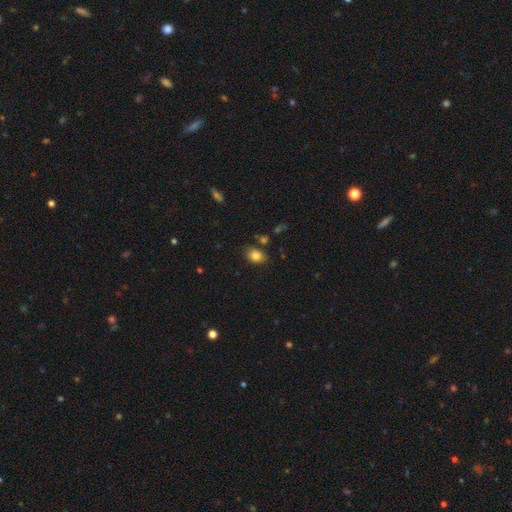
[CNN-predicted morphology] Smooth or featured? Predicted: smooth (p=0.83). How rounded? Predicted: in between (p=0.73). Merging? Predicted: none (p=0.79).